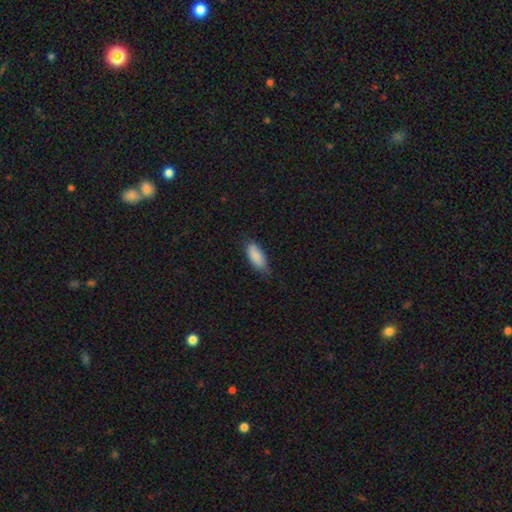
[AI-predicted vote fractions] smooth_or_featured: smooth (p=0.88) [alt: star or artifact p=0.06]
how_rounded: in between (p=0.83) [alt: cigar-shaped p=0.15]
merging: none (p=0.70) [alt: minor disturbance p=0.25]